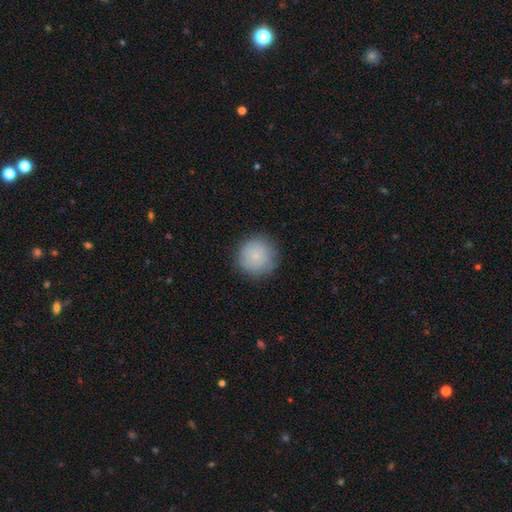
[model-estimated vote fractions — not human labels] Smooth or featured? smooth (82%)
How rounded? round (95%)
Merging? none (85%)